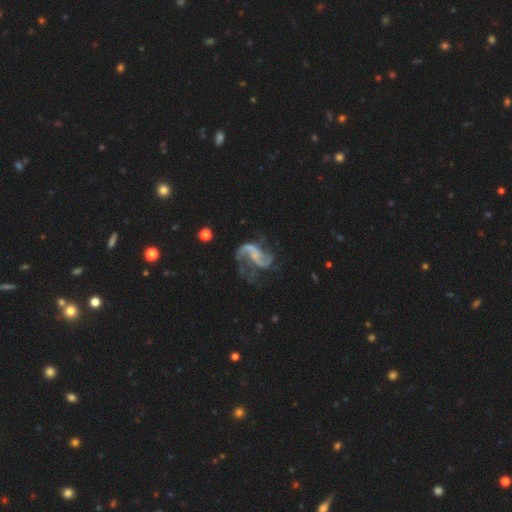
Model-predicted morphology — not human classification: type=featured or disk (88%); edge-on=no (98%); bar=weak (42%, tied with no); spiral arms=yes (96%); winding=loose (53%); arm count=2 (83%); bulge=small (57%); merging=none (54%).